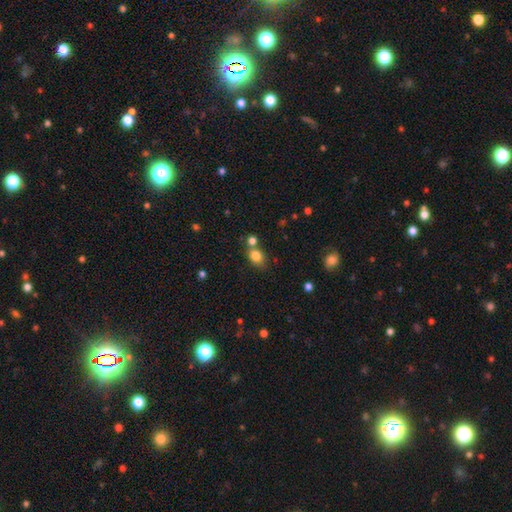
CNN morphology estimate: Smooth or featured: smooth — 82% (star or artifact — 11%)
How rounded: in between — 56% (round — 43%)
Merging: none — 60% (merger — 23%)